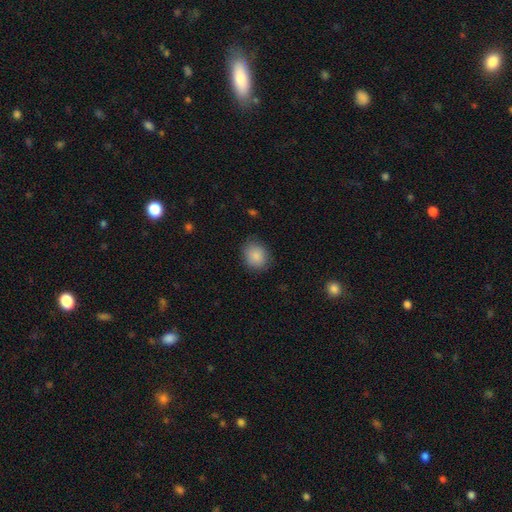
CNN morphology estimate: The model was most divided on "how rounded": round: 58%, in between: 41%, cigar-shaped: 1%. More confident: smooth or featured — smooth (88%); merging — none (81%).